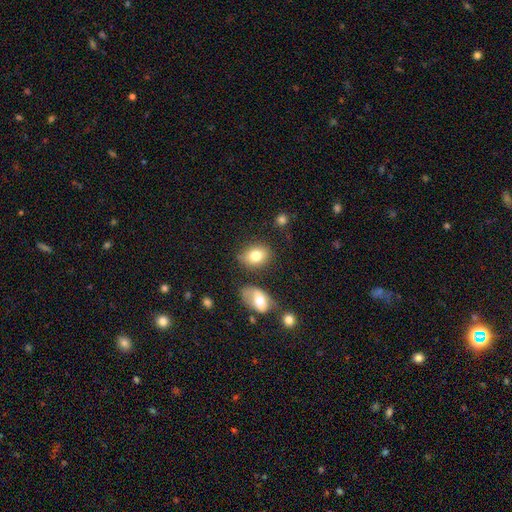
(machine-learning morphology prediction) smooth 79%, featured or disk 12%, star or artifact 9%. Down the decision tree: how rounded — in between (68%); merging — none (68%).